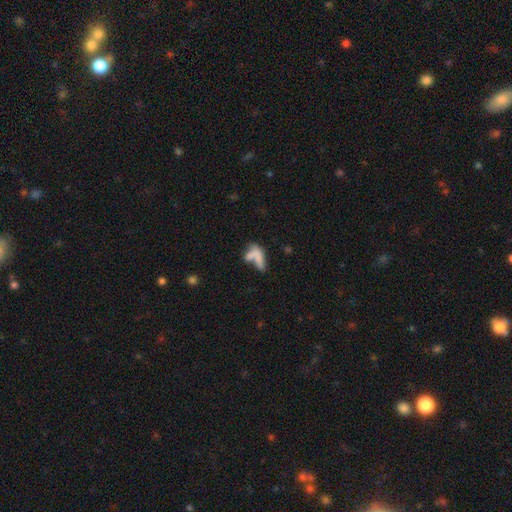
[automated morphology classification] A smooth galaxy with no disk features (65%) that is in between round and cigar-shaped (61%).

Vote fractions:
- Smooth or featured? smooth: 65% / featured or disk: 23% / star or artifact: 12%
- How rounded? in between: 61% / cigar-shaped: 31% / round: 8%
- Merging? merger: 44% / none: 26% / major disturbance: 18% / minor disturbance: 12%